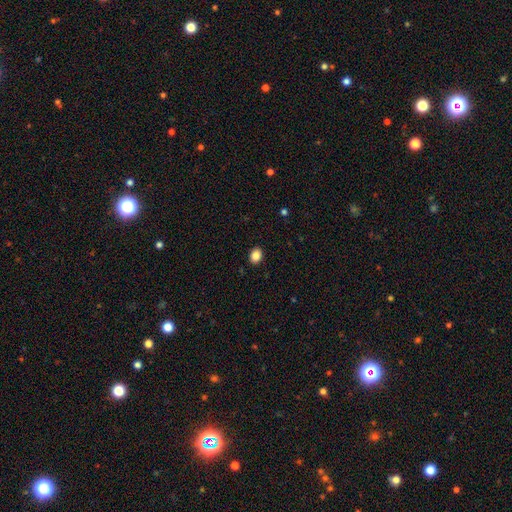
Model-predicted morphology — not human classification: This is clearly a smooth galaxy (86%). How rounded: possibly in between (57%). Merging: clearly none (91%).